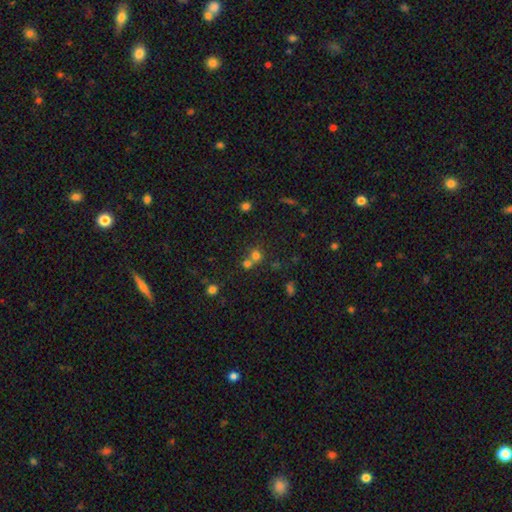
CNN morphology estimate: Smooth or featured? Predicted: smooth (p=0.68). How rounded? Predicted: round (p=0.86). Merging? Predicted: none (p=0.46).